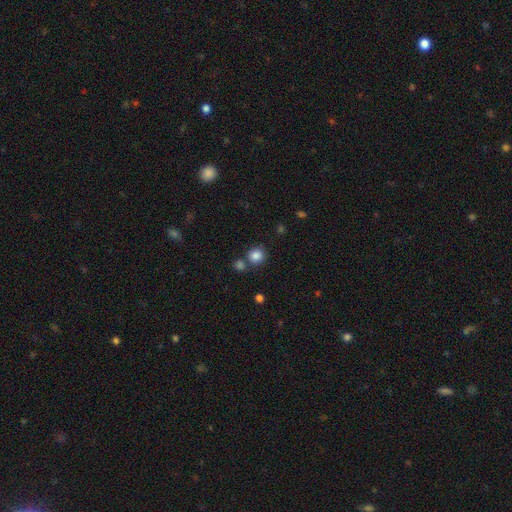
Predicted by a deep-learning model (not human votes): Q: Smooth or featured?
A: smooth (85%); runner-up: star or artifact (11%)
Q: How rounded?
A: round (89%); runner-up: in between (10%)
Q: Merging?
A: none (71%); runner-up: merger (17%)